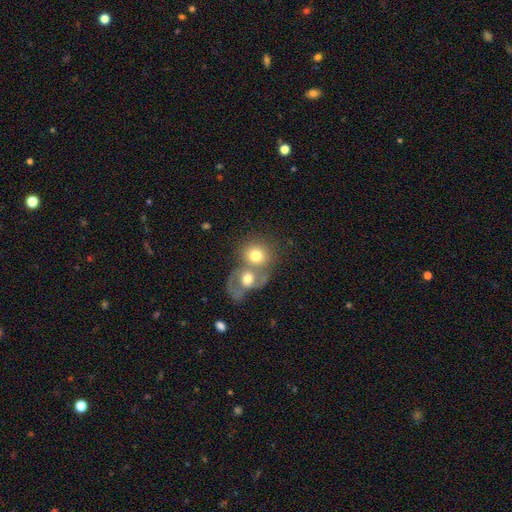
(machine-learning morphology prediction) This is likely a smooth galaxy (66%). How rounded: likely round (72%). Merging: likely merger (61%).